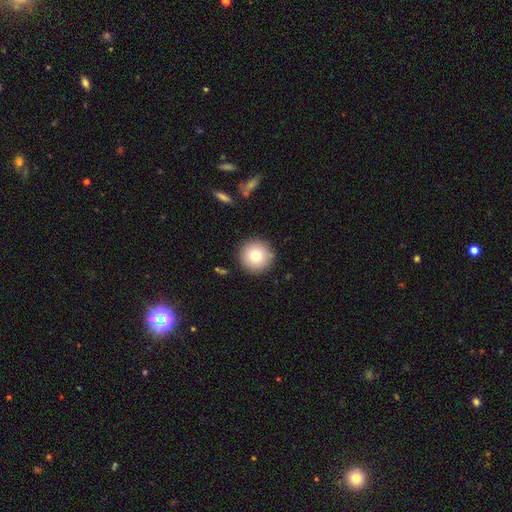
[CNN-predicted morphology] A smooth galaxy with no disk features (77%) that is round (96%). Merging: none (90%).